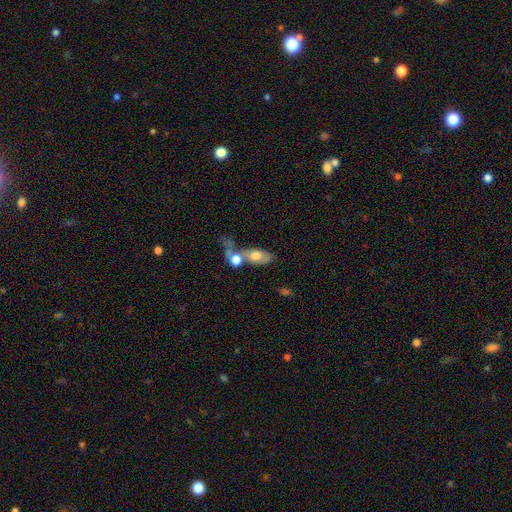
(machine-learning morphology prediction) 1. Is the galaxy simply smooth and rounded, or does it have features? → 65% smooth, 27% featured or disk, 7% star or artifact.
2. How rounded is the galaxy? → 81% in between, 12% round, 7% cigar-shaped.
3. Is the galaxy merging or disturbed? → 58% merger, 24% none, 10% minor disturbance, 9% major disturbance.